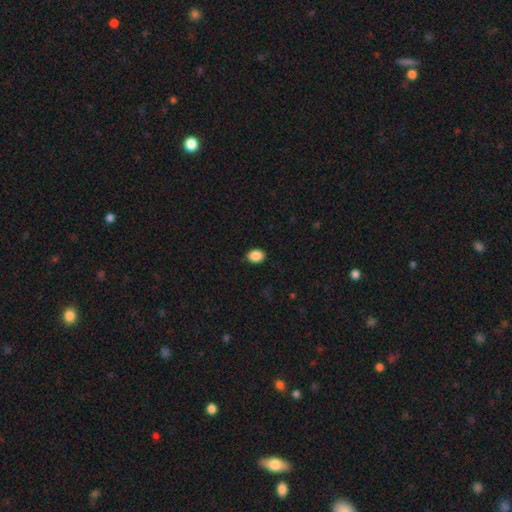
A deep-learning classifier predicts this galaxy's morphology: smooth_or_featured: smooth (p=0.88) [alt: star or artifact p=0.08]
how_rounded: in between (p=0.60) [alt: round p=0.39]
merging: none (p=0.86) [alt: minor disturbance p=0.11]